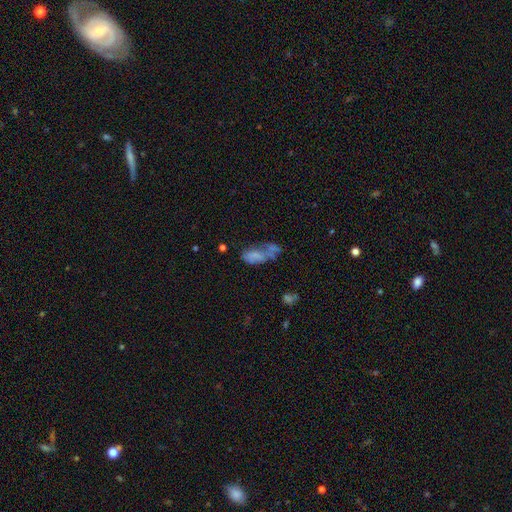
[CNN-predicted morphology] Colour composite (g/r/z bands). It shows a smooth galaxy with no disk features (56%) that is in between round and cigar-shaped (87%). Merging: merger (30%).